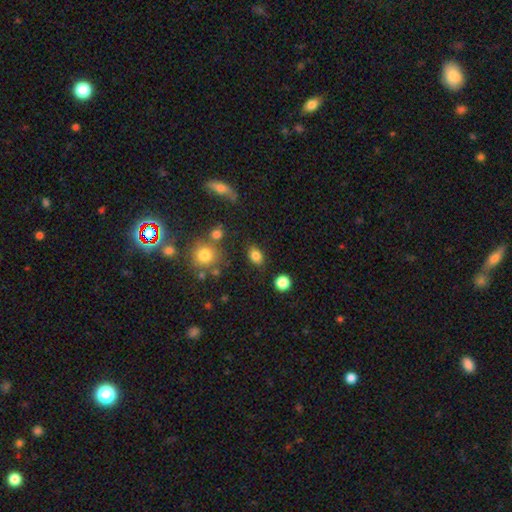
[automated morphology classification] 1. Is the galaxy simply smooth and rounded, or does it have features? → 83% smooth, 11% star or artifact, 7% featured or disk.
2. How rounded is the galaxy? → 77% in between, 22% round, 2% cigar-shaped.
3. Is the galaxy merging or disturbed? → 81% none, 11% minor disturbance, 4% merger, 4% major disturbance.